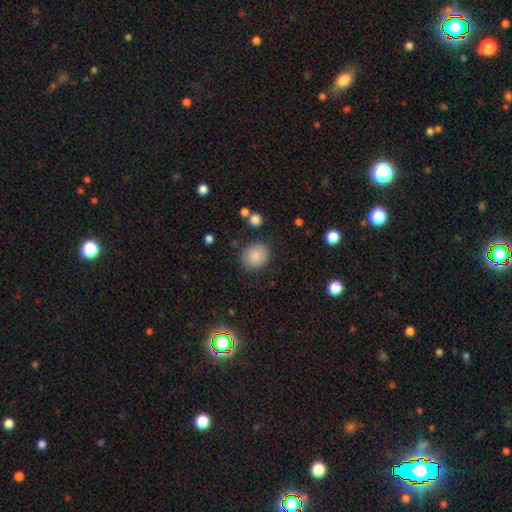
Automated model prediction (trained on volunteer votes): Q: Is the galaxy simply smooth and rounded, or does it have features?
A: smooth — 86%.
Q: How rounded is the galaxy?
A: round — 76%.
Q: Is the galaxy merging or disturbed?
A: none — 85%.